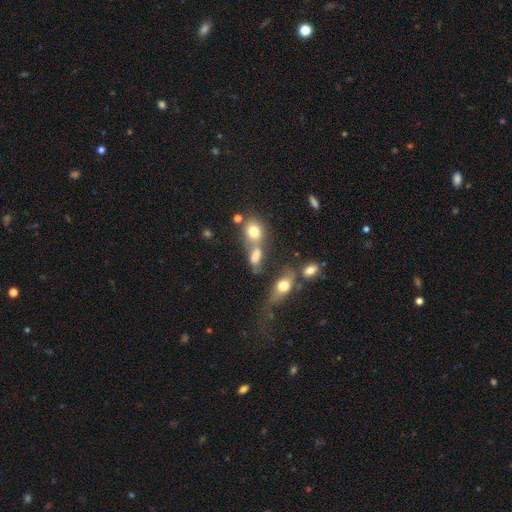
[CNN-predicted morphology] smooth 69%, star or artifact 16%, featured or disk 15%. Down the decision tree: how rounded — in between (63%); merging — merger (50%).